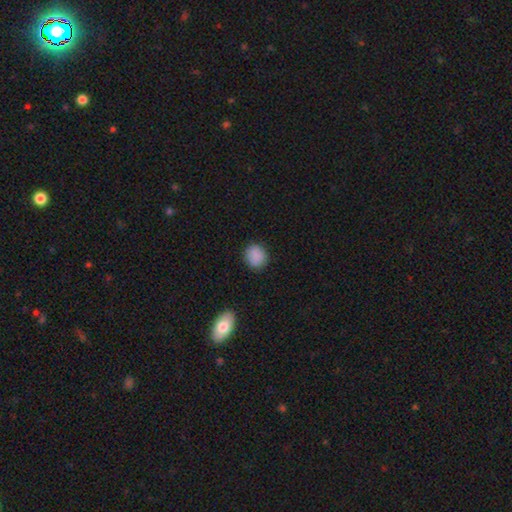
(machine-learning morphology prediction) Q: Smooth or featured?
A: smooth (87%); runner-up: star or artifact (9%)
Q: How rounded?
A: round (82%); runner-up: in between (17%)
Q: Merging?
A: none (87%); runner-up: minor disturbance (9%)